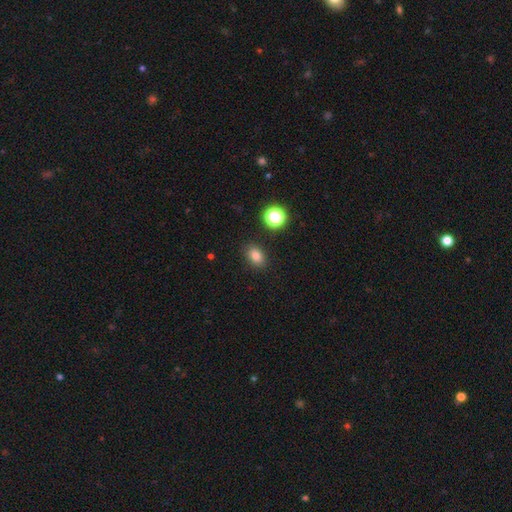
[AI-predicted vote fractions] Smooth or featured? smooth (80%)
How rounded? in between (75%)
Merging? none (88%)